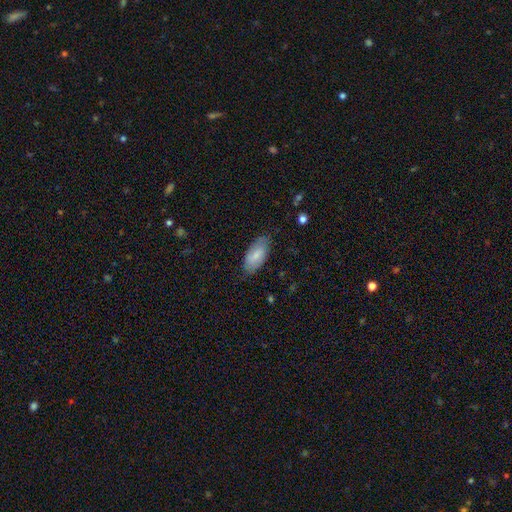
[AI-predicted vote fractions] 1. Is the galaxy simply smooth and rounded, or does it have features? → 76% smooth, 18% featured or disk, 6% star or artifact.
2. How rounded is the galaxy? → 90% in between, 8% cigar-shaped, 2% round.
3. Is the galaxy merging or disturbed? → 75% none, 20% minor disturbance, 4% major disturbance, 1% merger.